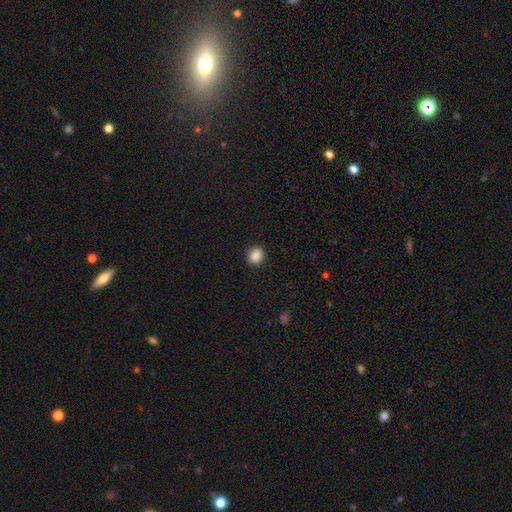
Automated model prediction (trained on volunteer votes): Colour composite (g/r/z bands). It shows a smooth galaxy with no disk features (87%) that is round (64%). Merging: none (91%).